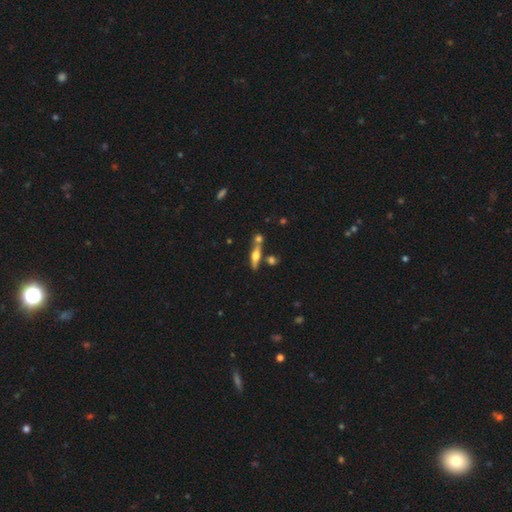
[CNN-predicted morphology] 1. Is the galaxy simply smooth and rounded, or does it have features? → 61% featured or disk, 32% smooth, 8% star or artifact.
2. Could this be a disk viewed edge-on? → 93% yes, 7% no.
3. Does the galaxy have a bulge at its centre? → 91% rounded, 6% boxy, 3% none.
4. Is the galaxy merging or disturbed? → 65% none, 19% merger, 12% minor disturbance, 4% major disturbance.